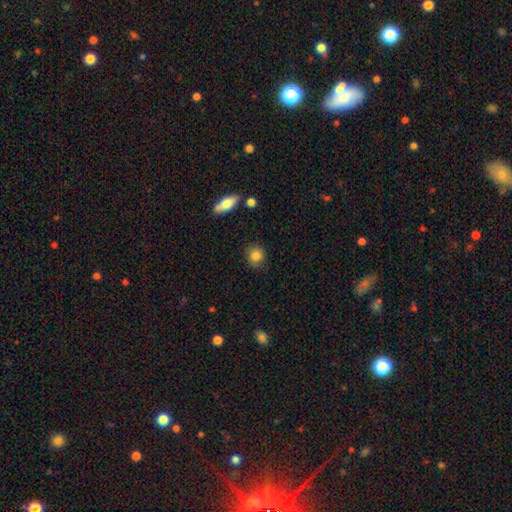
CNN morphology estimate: smooth_or_featured: smooth (p=0.84) [alt: star or artifact p=0.09]
how_rounded: round (p=0.84) [alt: in between p=0.14]
merging: none (p=0.87) [alt: minor disturbance p=0.09]